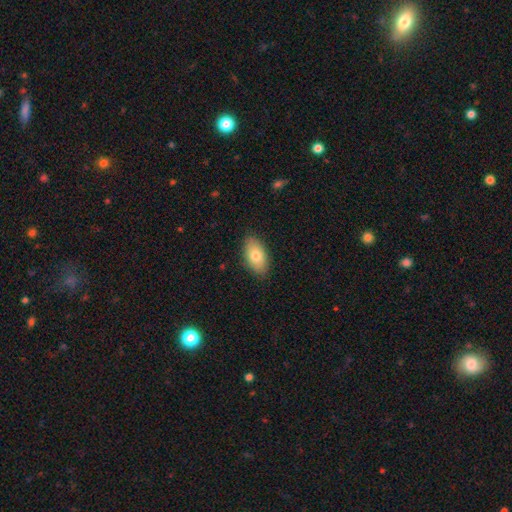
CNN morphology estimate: This appears to be a smooth galaxy with no disk features (78%) that is in between round and cigar-shaped (92%). Merging: none (87%).